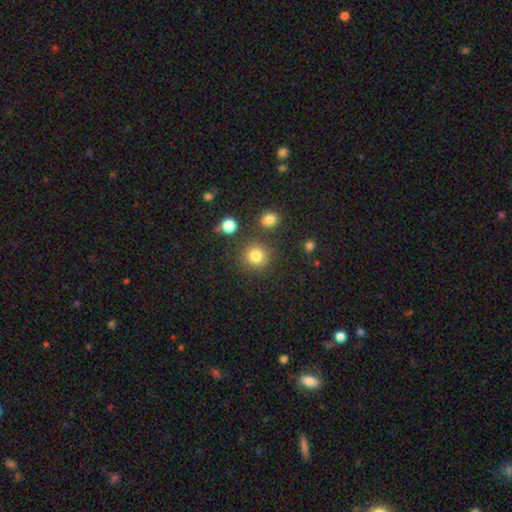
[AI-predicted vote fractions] A smooth galaxy with no disk features (80%) that is round (91%). Merging: none (81%).